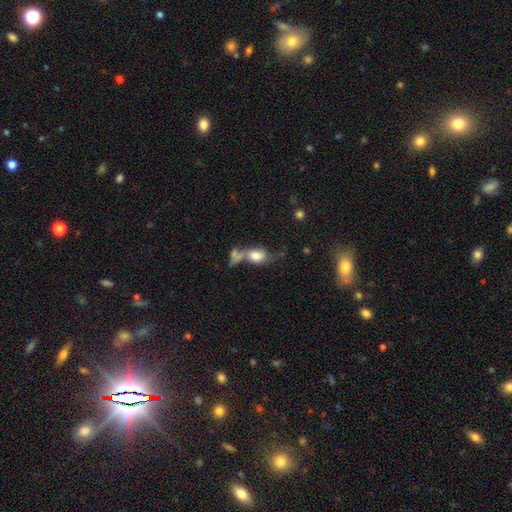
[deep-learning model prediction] smooth 71%, featured or disk 20%, star or artifact 9%. Down the decision tree: how rounded — in between (79%); merging — merger (44%).